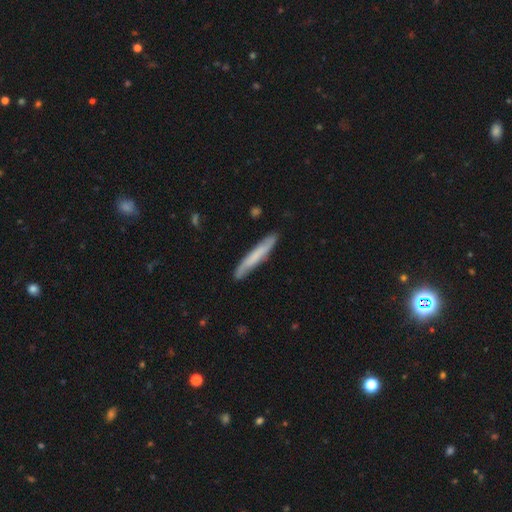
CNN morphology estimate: Smooth or featured? Predicted: smooth (p=0.59). How rounded? Predicted: cigar-shaped (p=0.95). Merging? Predicted: none (p=0.85).